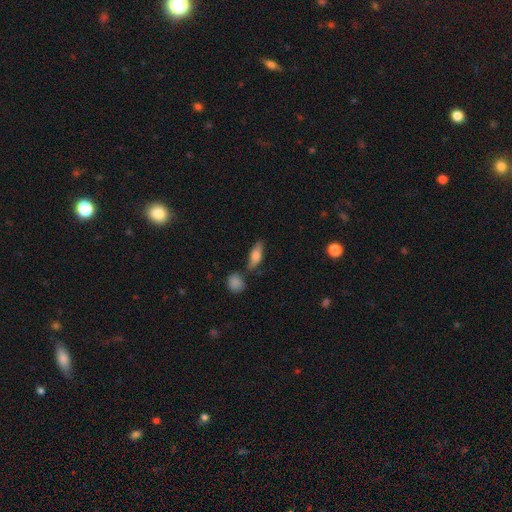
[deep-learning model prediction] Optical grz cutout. It shows a smooth galaxy with no disk features (68%) that is in between round and cigar-shaped (62%). Merging: none (73%).